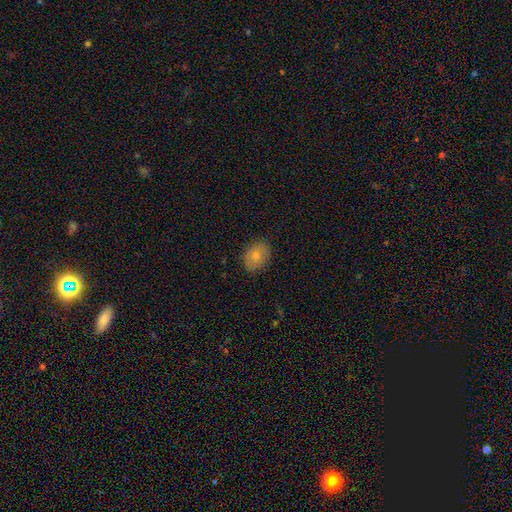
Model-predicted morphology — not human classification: smooth_or_featured: smooth (p=0.74) [alt: featured or disk p=0.18]
how_rounded: in between (p=0.67) [alt: round p=0.32]
merging: none (p=0.84) [alt: minor disturbance p=0.12]